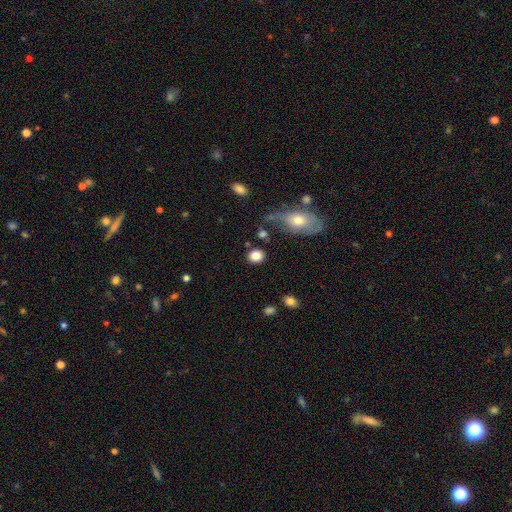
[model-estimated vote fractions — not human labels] Smooth or featured? smooth (85%)
How rounded? round (66%)
Merging? none (80%)